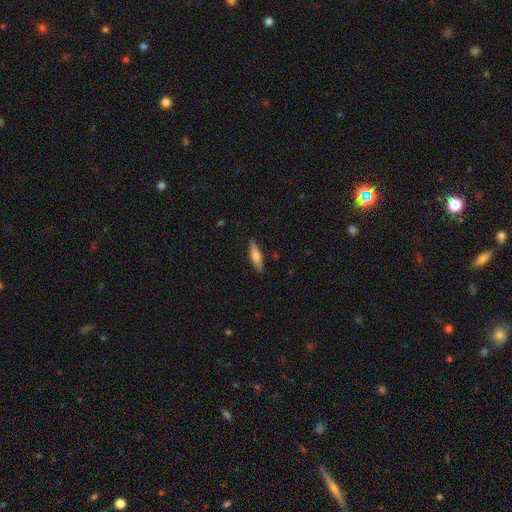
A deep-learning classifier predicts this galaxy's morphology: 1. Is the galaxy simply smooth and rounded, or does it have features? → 47% featured or disk (tied), 47% smooth (tied), 6% star or artifact.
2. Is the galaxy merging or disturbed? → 89% none, 8% minor disturbance, 2% major disturbance, 1% merger.